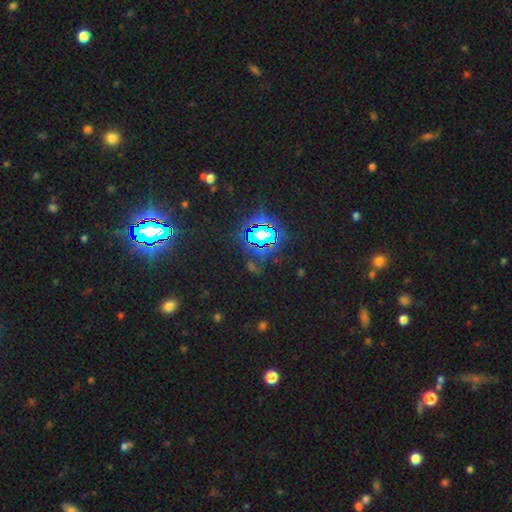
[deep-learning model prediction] This is clearly a star or artifact rather than a galaxy (82%).